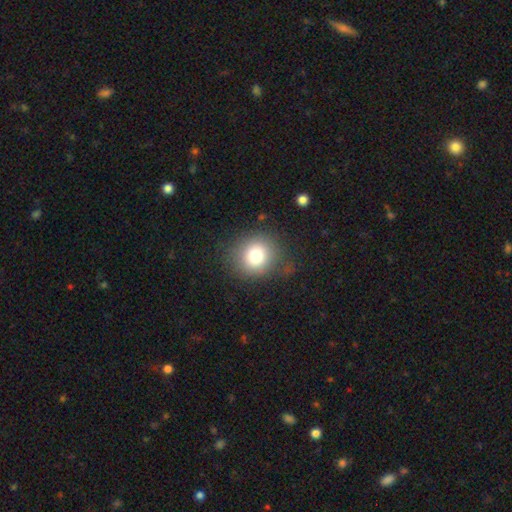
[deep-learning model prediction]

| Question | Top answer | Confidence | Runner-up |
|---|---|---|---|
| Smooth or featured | smooth | 77% | star or artifact (12%) |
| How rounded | round | 83% | in between (16%) |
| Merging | none | 77% | minor disturbance (14%) |